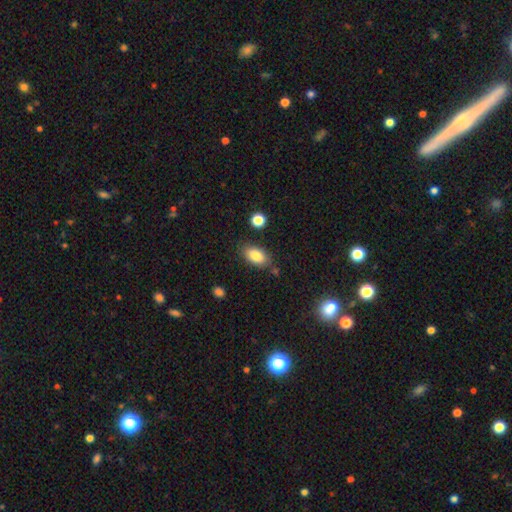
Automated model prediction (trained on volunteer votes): This is clearly a smooth galaxy (84%). How rounded: clearly in between (91%). Merging: likely none (78%).